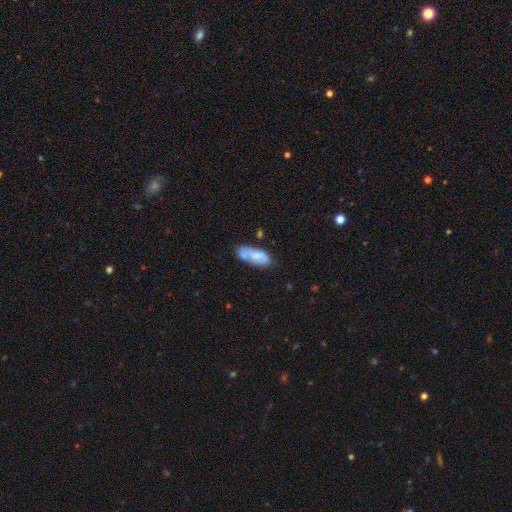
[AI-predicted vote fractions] Smooth or featured?
  - smooth: 63% *
  - featured or disk: 30%
  - star or artifact: 6%
How rounded?
  - in between: 81% *
  - cigar-shaped: 16%
  - round: 3%
Merging?
  - none: 49% *
  - minor disturbance: 23%
  - merger: 20%
  - major disturbance: 7%